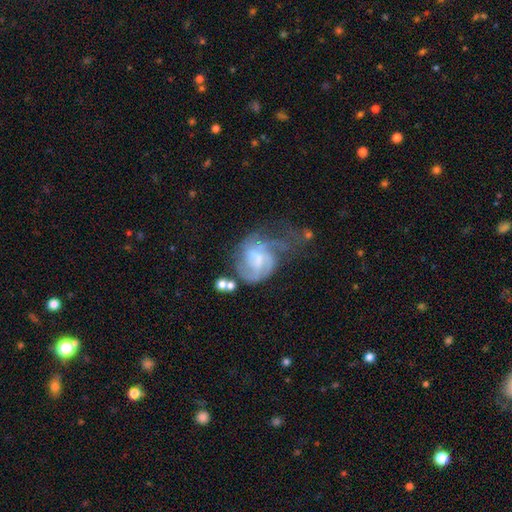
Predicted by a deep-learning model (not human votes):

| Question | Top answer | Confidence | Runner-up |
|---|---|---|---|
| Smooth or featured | featured or disk | 72% | smooth (17%) |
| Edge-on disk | no | 97% | yes (3%) |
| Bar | weak | 46% | no (41%) |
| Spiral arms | yes | 84% | no (16%) |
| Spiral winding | medium | 42% | tight (38%) |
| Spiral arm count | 2 | 39% | can't tell (32%) |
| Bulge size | small | 38% | moderate (29%) |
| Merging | major disturbance | 37% | none (29%) |